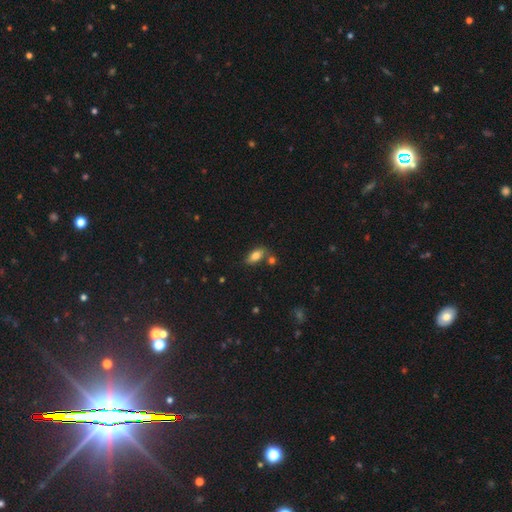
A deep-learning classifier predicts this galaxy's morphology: A smooth galaxy with no disk features (77%) that is in between round and cigar-shaped (85%).

Vote fractions:
- Smooth or featured? smooth: 77% / featured or disk: 15% / star or artifact: 8%
- How rounded? in between: 85% / cigar-shaped: 11% / round: 4%
- Merging? none: 69% / minor disturbance: 14% / merger: 14% / major disturbance: 4%